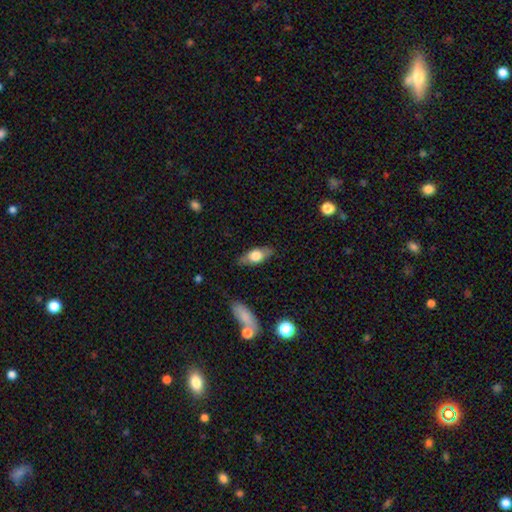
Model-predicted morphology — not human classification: The model was most divided on "smooth or featured": smooth: 64%, featured or disk: 30%, star or artifact: 6%. More confident: merging — none (83%); how rounded — in between (78%).